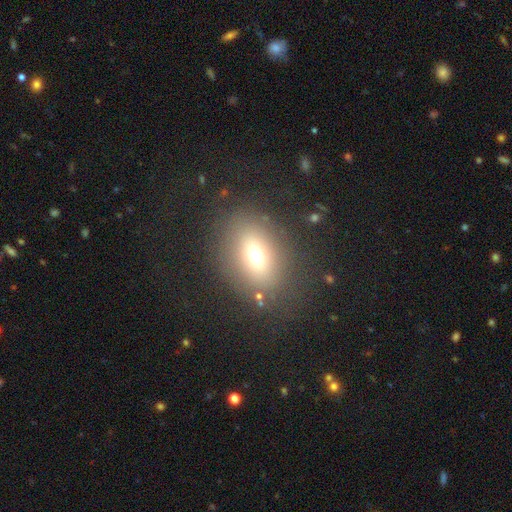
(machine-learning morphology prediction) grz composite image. It shows a smooth galaxy with no disk features (66%) that is in between round and cigar-shaped (64%). Merging: none (80%).